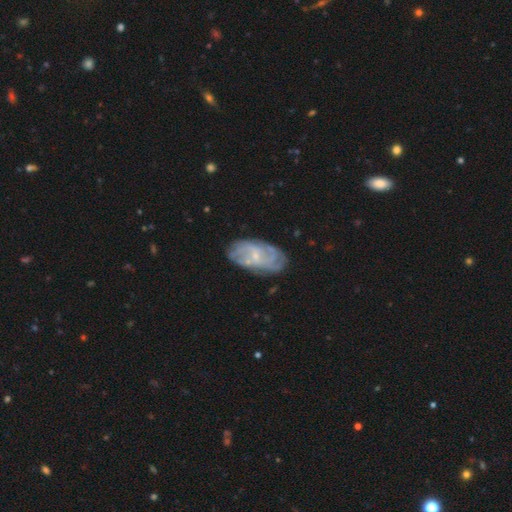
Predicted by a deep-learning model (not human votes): This is likely a featured or disk galaxy (70%). It is clearly not viewed edge-on (95%). Bar: possibly no (50%). Spiral arm pattern: likely yes (78%). Spiral arm count: possibly can't tell (53%). Spiral winding: marginally tight (41%). Central bulge: likely small (72%). Merging: likely none (73%).